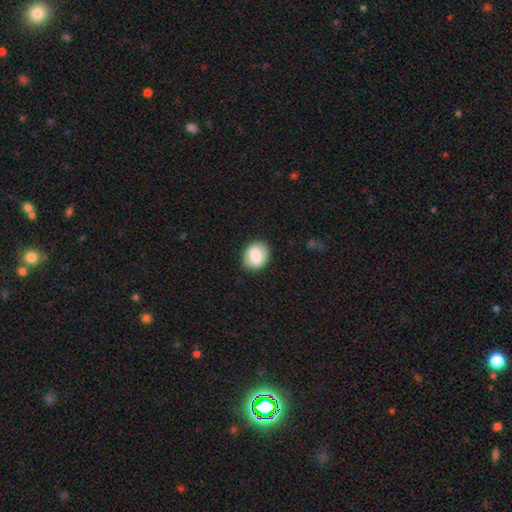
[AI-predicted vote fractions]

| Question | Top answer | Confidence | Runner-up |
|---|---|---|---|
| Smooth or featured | smooth | 81% | featured or disk (12%) |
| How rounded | round | 58% | in between (41%) |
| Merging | none | 86% | minor disturbance (10%) |